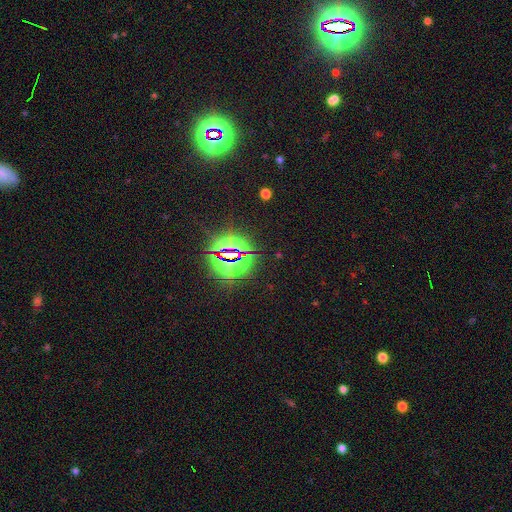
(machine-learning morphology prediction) star or artifact 82%, smooth 11%, featured or disk 7%.